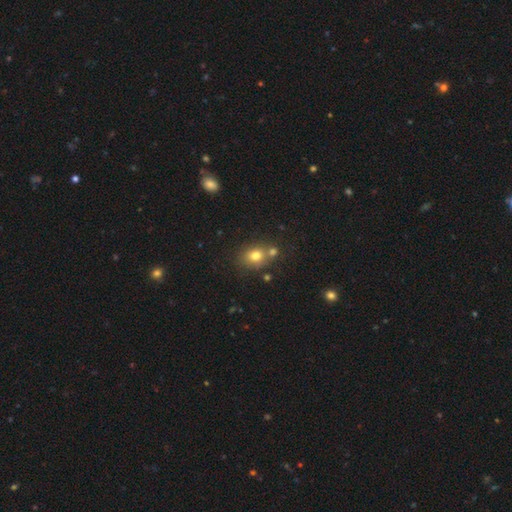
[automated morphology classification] Overall: smooth (75%). How rounded: round (55%; in between 44%). Merging: none (59%; merger 25%).